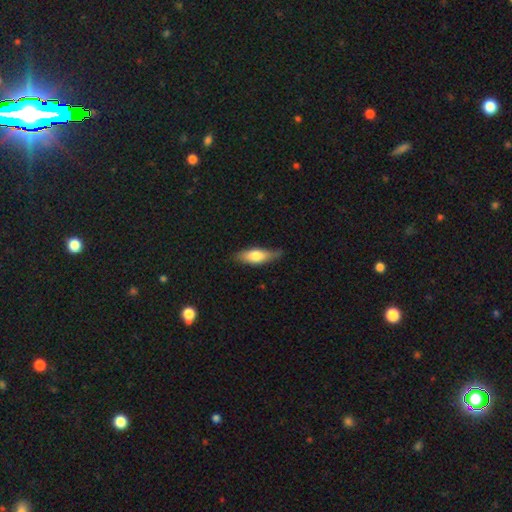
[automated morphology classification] Smooth or featured: smooth — 69% (featured or disk — 26%)
How rounded: in between — 62% (cigar-shaped — 36%)
Merging: none — 69% (minor disturbance — 25%)